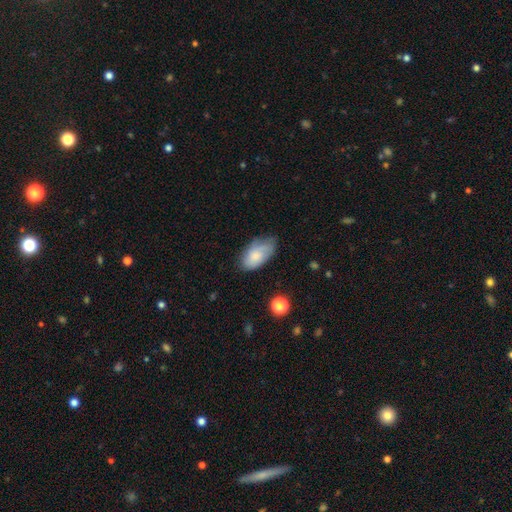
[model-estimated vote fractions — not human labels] Q: Smooth or featured?
A: smooth (77%); runner-up: featured or disk (16%)
Q: How rounded?
A: in between (94%); runner-up: round (4%)
Q: Merging?
A: none (59%); runner-up: minor disturbance (32%)